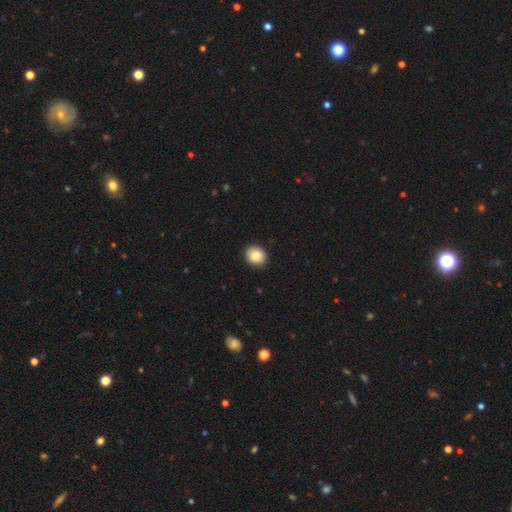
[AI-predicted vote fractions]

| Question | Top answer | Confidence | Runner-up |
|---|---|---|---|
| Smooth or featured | smooth | 87% | star or artifact (8%) |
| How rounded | round | 74% | in between (25%) |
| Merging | none | 91% | minor disturbance (7%) |